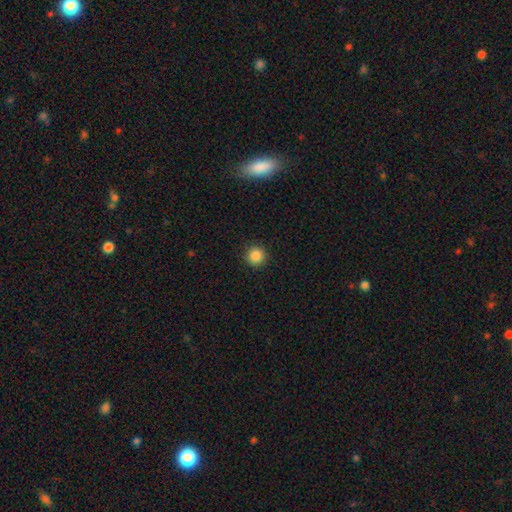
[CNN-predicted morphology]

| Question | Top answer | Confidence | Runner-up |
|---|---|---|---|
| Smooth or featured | smooth | 86% | star or artifact (10%) |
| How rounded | round | 95% | in between (4%) |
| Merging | none | 92% | minor disturbance (5%) |